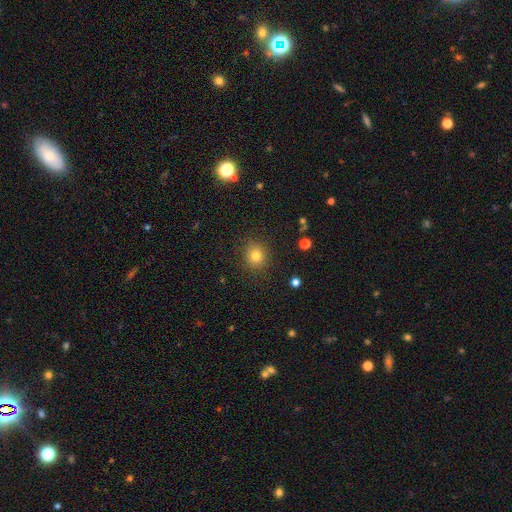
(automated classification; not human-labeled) Morphology: type=smooth (80%); roundness=round (82%); merging=none (88%).